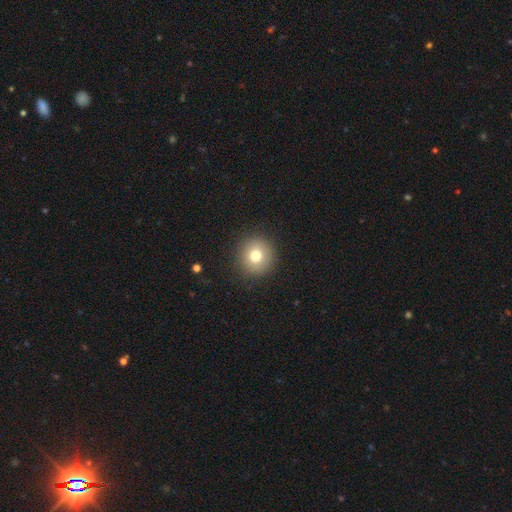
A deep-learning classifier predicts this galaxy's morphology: smooth 77%, featured or disk 12%, star or artifact 11%. Down the decision tree: how rounded — round (94%); merging — none (91%).